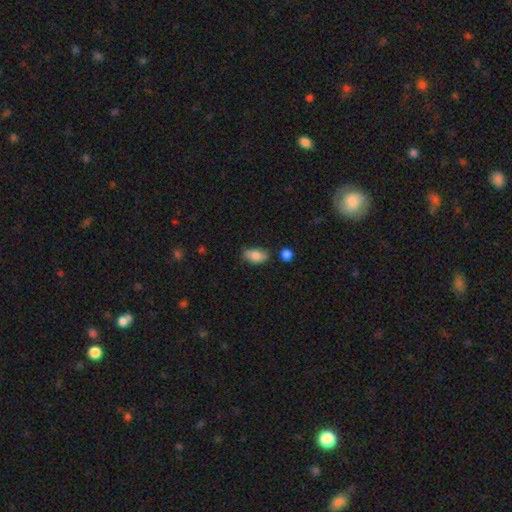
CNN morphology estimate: A smooth galaxy with no disk features (80%) that is in between round and cigar-shaped (91%).

Vote fractions:
- Smooth or featured? smooth: 80% / featured or disk: 13% / star or artifact: 8%
- How rounded? in between: 91% / round: 7% / cigar-shaped: 3%
- Merging? none: 68% / minor disturbance: 24% / merger: 5% / major disturbance: 4%